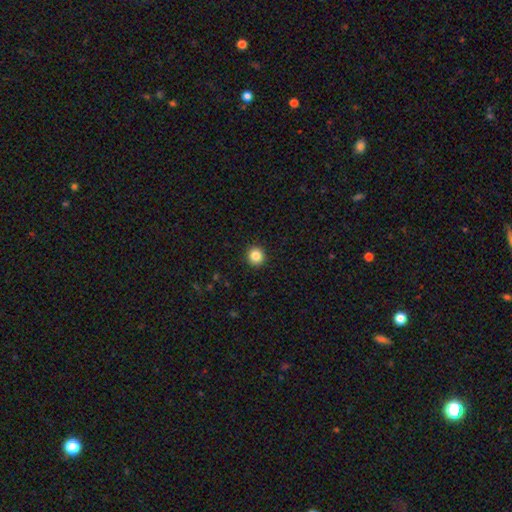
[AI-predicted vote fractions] The model was most divided on "smooth or featured": smooth: 85%, star or artifact: 11%, featured or disk: 4%. More confident: how rounded — round (93%); merging — none (93%).